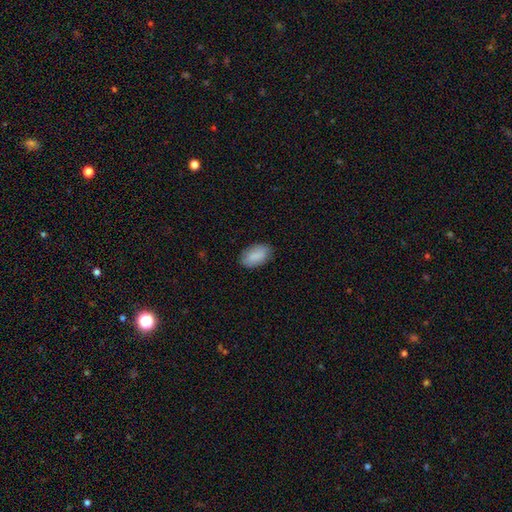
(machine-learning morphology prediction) Smooth or featured? Predicted: smooth (p=0.88). How rounded? Predicted: in between (p=0.94). Merging? Predicted: none (p=0.83).